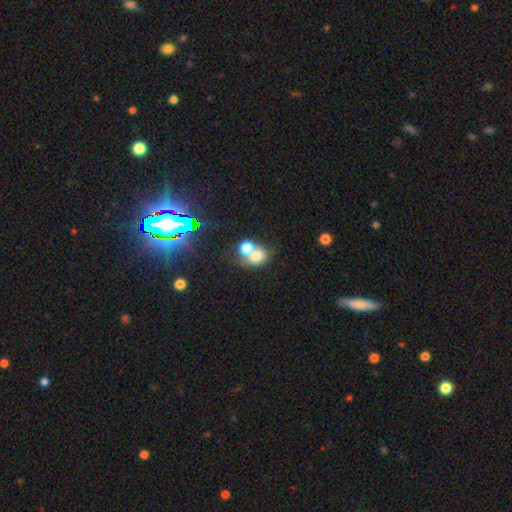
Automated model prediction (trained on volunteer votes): smooth-or-featured: smooth: 70% | featured or disk: 16% | star or artifact: 14%
  how-rounded: round: 58% | in between: 41% | cigar-shaped: 1%
  merging: merger: 62% | none: 27% | minor disturbance: 7% | major disturbance: 4%